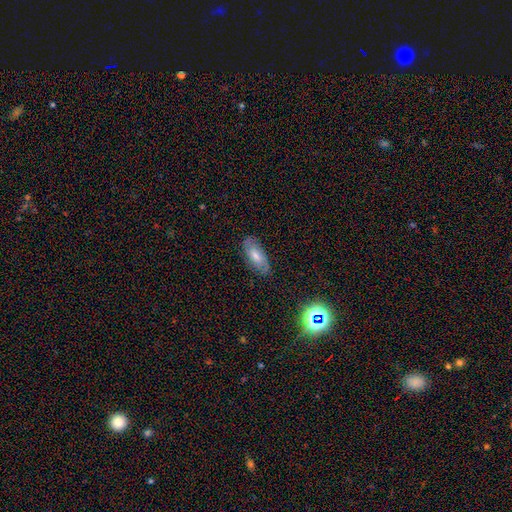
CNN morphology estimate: smooth_or_featured: featured or disk (p=0.50) [alt: smooth p=0.36]
disk_edge_on: no (p=0.86) [alt: yes p=0.14]
merging: none (p=0.81) [alt: minor disturbance p=0.15]